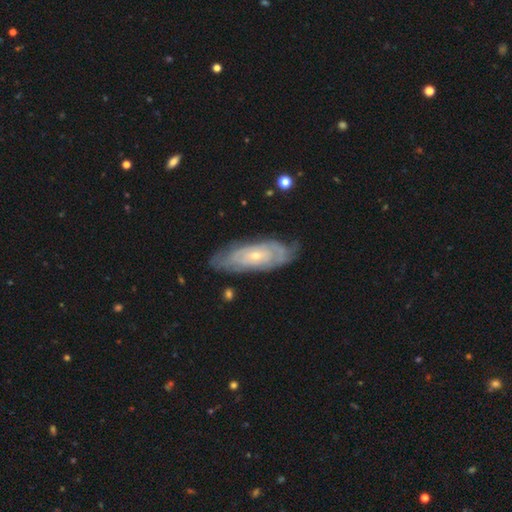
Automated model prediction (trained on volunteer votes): Smooth or featured: featured or disk — 77% (smooth — 18%)
Edge-on disk: no — 87% (yes — 13%)
Bar: no — 77% (weak — 19%)
Spiral arms: yes — 84% (no — 16%)
Spiral winding: tight — 74% (medium — 20%)
Spiral arm count: can't tell — 60% (2 — 20%)
Bulge size: small — 72% (moderate — 25%)
Merging: none — 73% (minor disturbance — 20%)